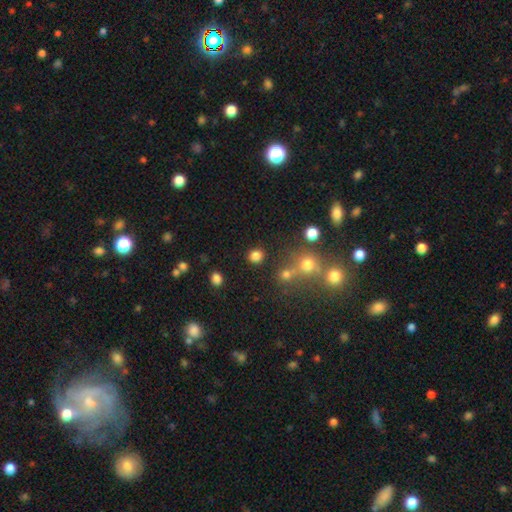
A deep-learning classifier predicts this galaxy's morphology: smooth_or_featured: smooth (p=0.81) [alt: star or artifact p=0.14]
how_rounded: round (p=0.84) [alt: in between p=0.14]
merging: none (p=0.84) [alt: minor disturbance p=0.07]